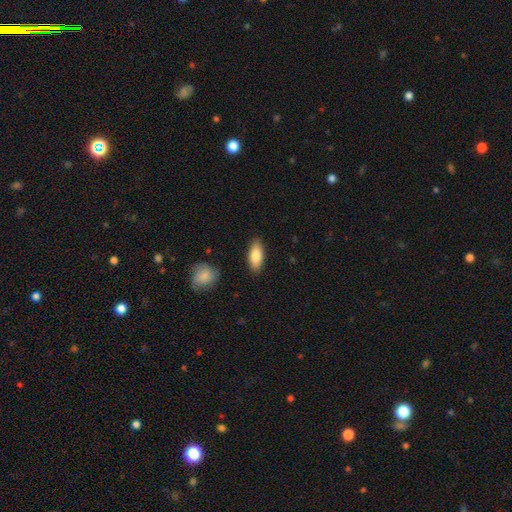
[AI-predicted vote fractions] smooth_or_featured: smooth (p=0.84) [alt: featured or disk p=0.10]
how_rounded: in between (p=0.80) [alt: cigar-shaped p=0.17]
merging: none (p=0.87) [alt: minor disturbance p=0.09]